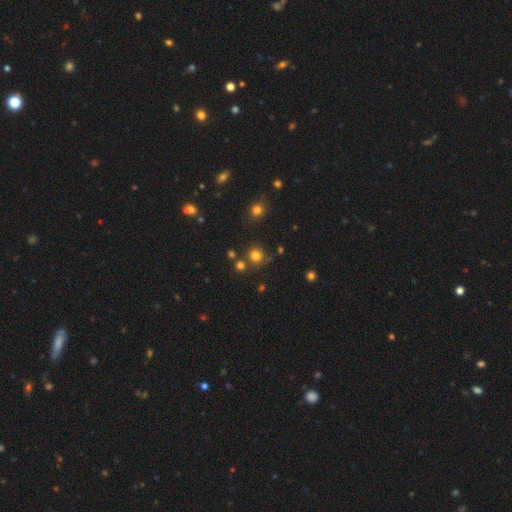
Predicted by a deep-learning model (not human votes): The model was most divided on "smooth or featured": smooth: 76%, star or artifact: 18%, featured or disk: 6%. More confident: how rounded — round (91%); merging — none (78%).